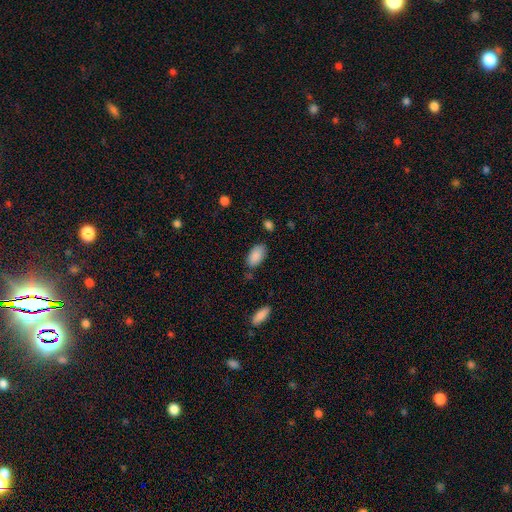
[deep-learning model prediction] A smooth galaxy with no disk features (89%) that is in between round and cigar-shaped (95%).

Vote fractions:
- Smooth or featured? smooth: 89% / star or artifact: 7% / featured or disk: 4%
- How rounded? in between: 95% / round: 3% / cigar-shaped: 2%
- Merging? none: 76% / minor disturbance: 16% / merger: 4% / major disturbance: 4%